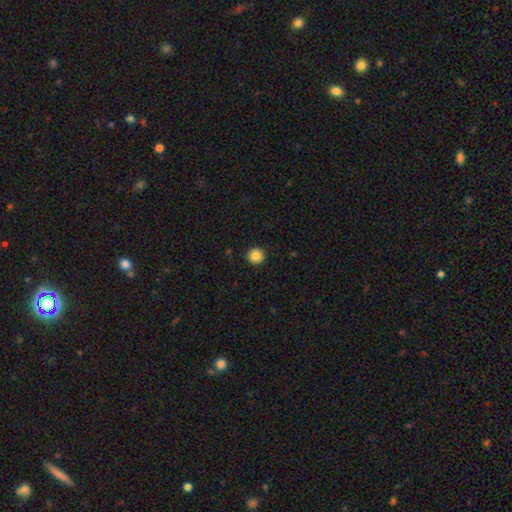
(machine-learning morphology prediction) type=smooth (86%); roundness=round (96%); merging=none (93%).